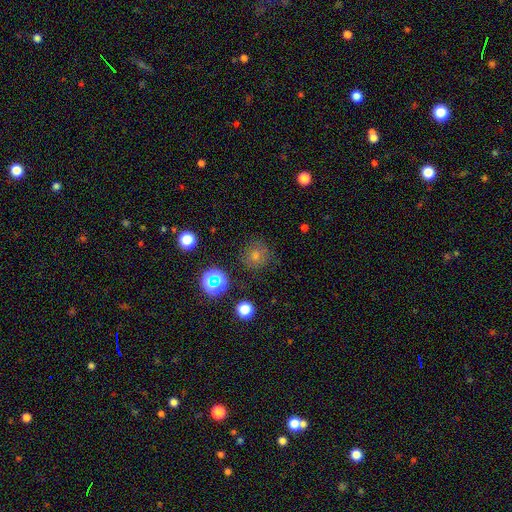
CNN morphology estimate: smooth_or_featured: smooth (p=0.60) [alt: star or artifact p=0.30]
how_rounded: round (p=0.93) [alt: in between p=0.06]
merging: none (p=0.83) [alt: minor disturbance p=0.11]